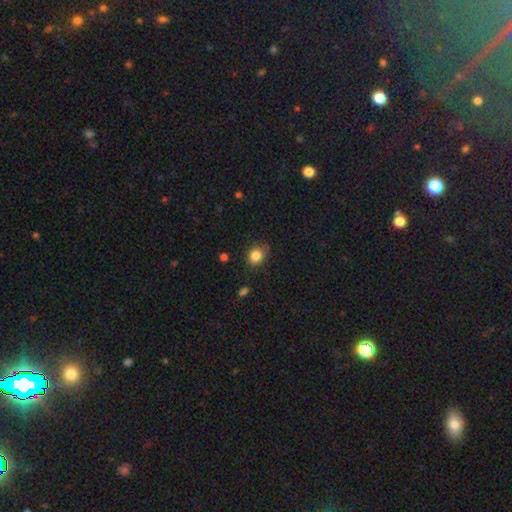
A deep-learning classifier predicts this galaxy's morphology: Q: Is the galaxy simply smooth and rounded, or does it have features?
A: smooth — 84%.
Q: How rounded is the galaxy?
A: round — 62%.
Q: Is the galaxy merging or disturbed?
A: none — 69%.